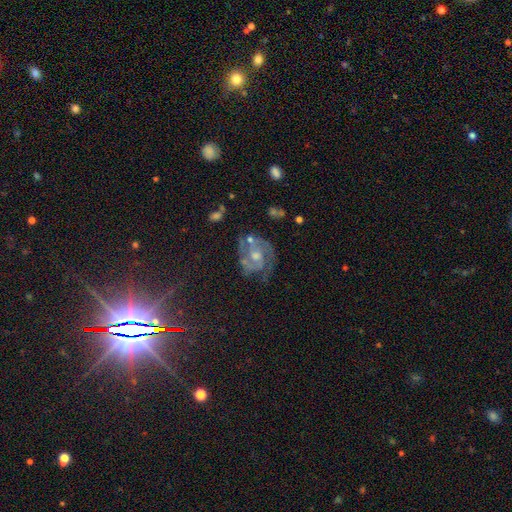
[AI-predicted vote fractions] A featured or disk galaxy (79%) with no bar (62%), 2 (57%) tight (50%) spiral arms (94%) and a moderate central bulge (53%). Merging: none (67%).